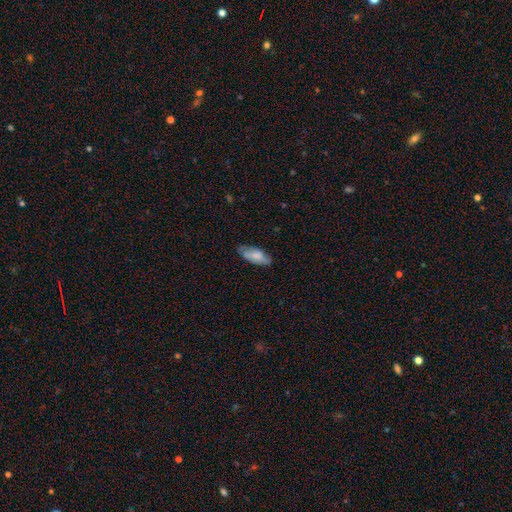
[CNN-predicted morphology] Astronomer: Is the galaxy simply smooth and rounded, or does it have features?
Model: smooth — 69%.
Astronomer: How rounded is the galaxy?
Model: in between — 79%.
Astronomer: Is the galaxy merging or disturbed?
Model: none — 74%.